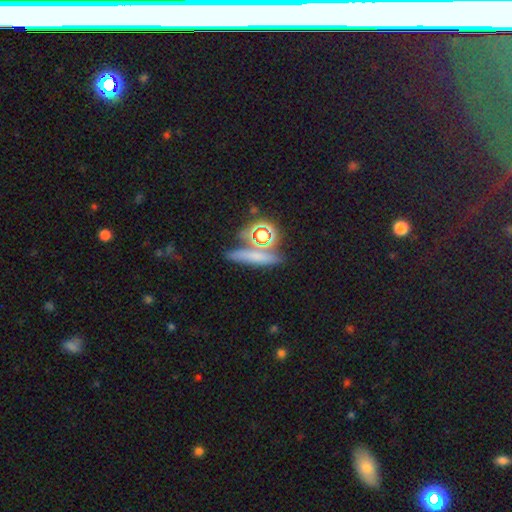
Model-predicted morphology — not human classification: Smooth or featured: smooth — 61% (star or artifact — 21%)
How rounded: cigar-shaped — 64% (round — 18%)
Merging: none — 70% (merger — 14%)